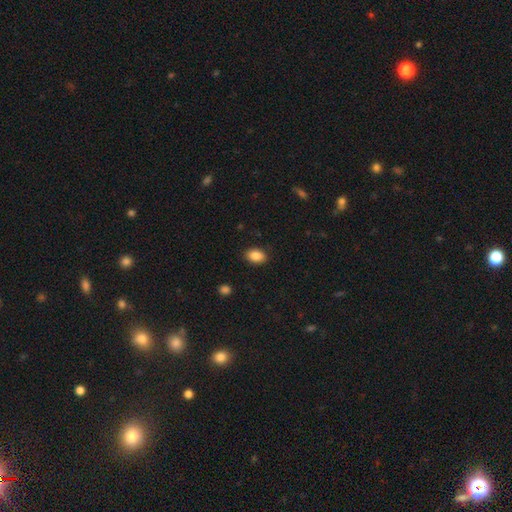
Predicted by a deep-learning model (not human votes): Smooth or featured? Predicted: smooth (p=0.88). How rounded? Predicted: in between (p=0.83). Merging? Predicted: none (p=0.88).